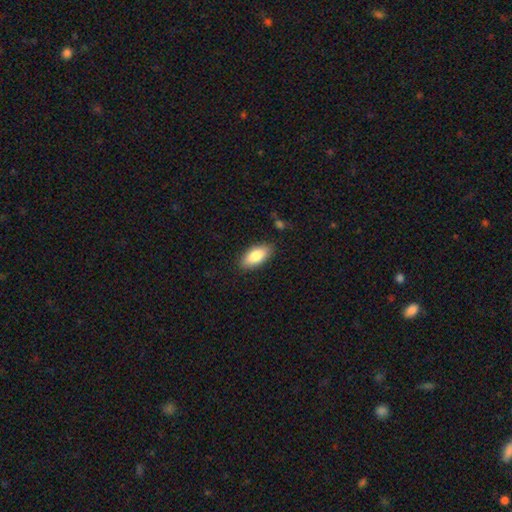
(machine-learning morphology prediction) This is clearly a smooth galaxy (83%). How rounded: clearly in between (88%). Merging: clearly none (86%).